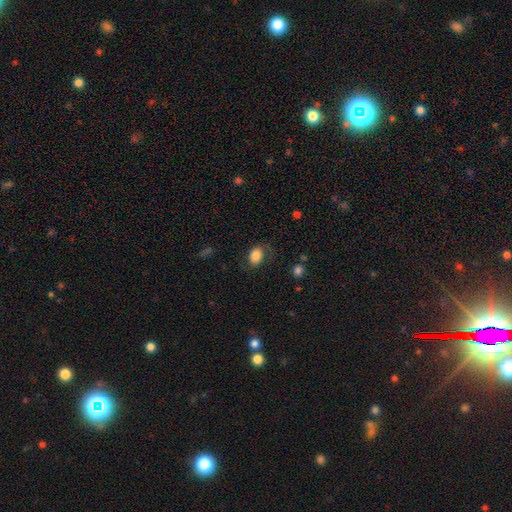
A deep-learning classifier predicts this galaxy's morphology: Smooth or featured? smooth (78%)
How rounded? in between (78%)
Merging? none (68%)